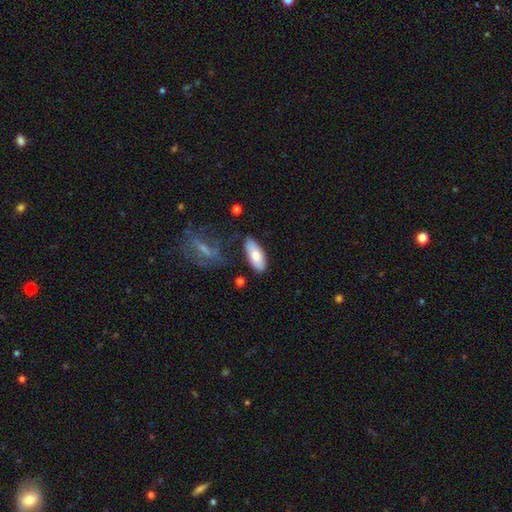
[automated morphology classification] This appears to be a smooth galaxy with no disk features (78%) that is in between round and cigar-shaped (83%). Merging: none (76%).